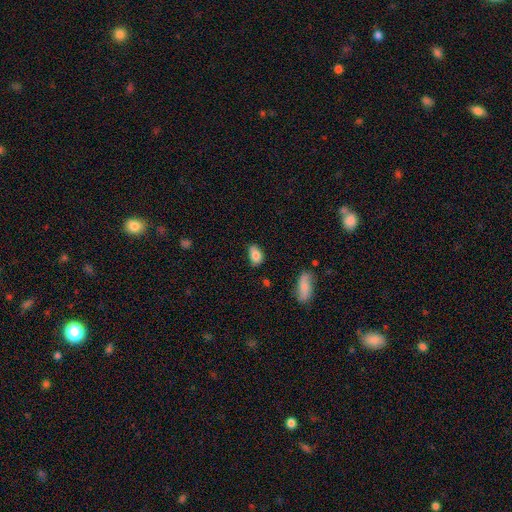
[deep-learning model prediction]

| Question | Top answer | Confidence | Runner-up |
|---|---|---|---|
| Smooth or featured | smooth | 84% | featured or disk (8%) |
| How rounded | in between | 88% | round (10%) |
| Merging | none | 65% | minor disturbance (28%) |